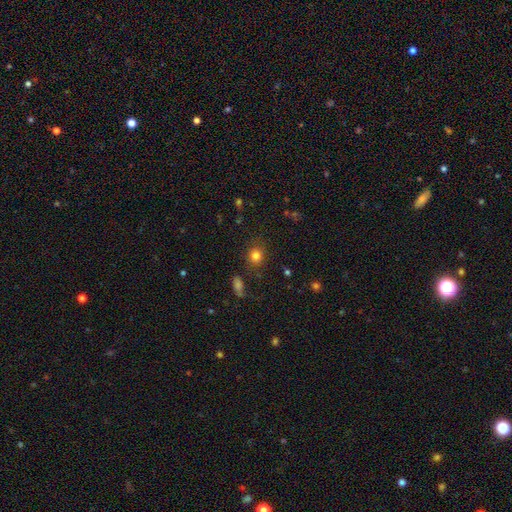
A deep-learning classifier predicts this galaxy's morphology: Smooth or featured? Predicted: smooth (p=0.81). How rounded? Predicted: round (p=0.80). Merging? Predicted: none (p=0.83).